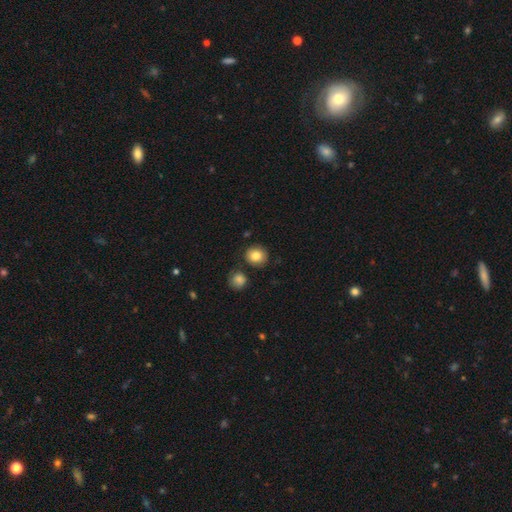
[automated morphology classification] The model was most divided on "how rounded": round: 86%, in between: 13%, cigar-shaped: 1%. More confident: smooth or featured — smooth (84%); merging — none (83%).